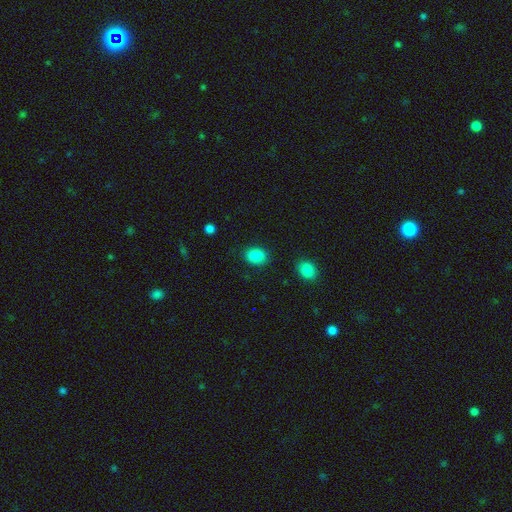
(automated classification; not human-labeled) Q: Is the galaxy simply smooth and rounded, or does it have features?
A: smooth — 88%.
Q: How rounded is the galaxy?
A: in between — 63%.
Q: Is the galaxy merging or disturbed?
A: none — 86%.